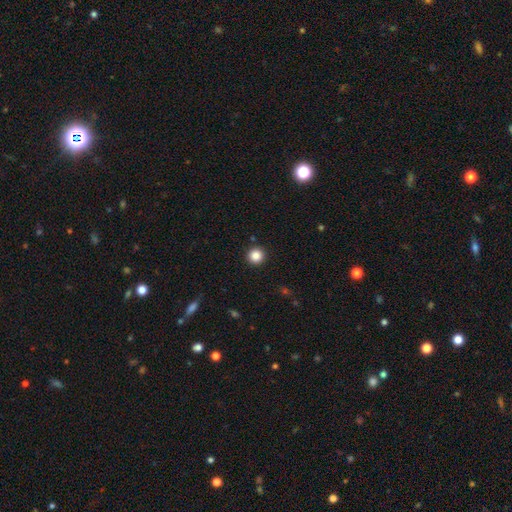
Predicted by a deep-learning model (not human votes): The model was most divided on "smooth or featured": smooth: 86%, star or artifact: 10%, featured or disk: 3%. More confident: how rounded — round (95%); merging — none (93%).